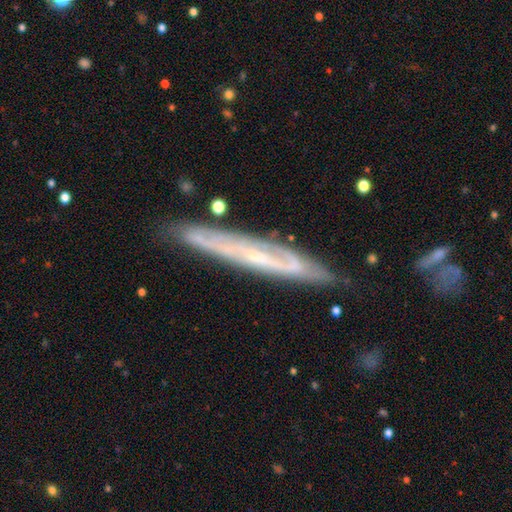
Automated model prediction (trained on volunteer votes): Smooth or featured?
  - featured or disk: 74% *
  - smooth: 19%
  - star or artifact: 7%
Edge-on disk?
  - yes: 72% *
  - no: 28%
Edge-on bulge?
  - none: 63% *
  - rounded: 33%
  - boxy: 4%
Merging?
  - none: 78% *
  - minor disturbance: 16%
  - major disturbance: 3%
  - merger: 3%